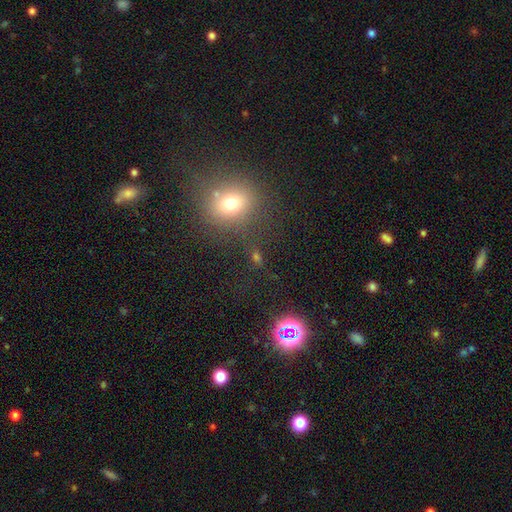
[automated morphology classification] Q: Smooth or featured?
A: smooth (49%); runner-up: star or artifact (40%)
Q: Merging?
A: none (73%); runner-up: minor disturbance (11%)